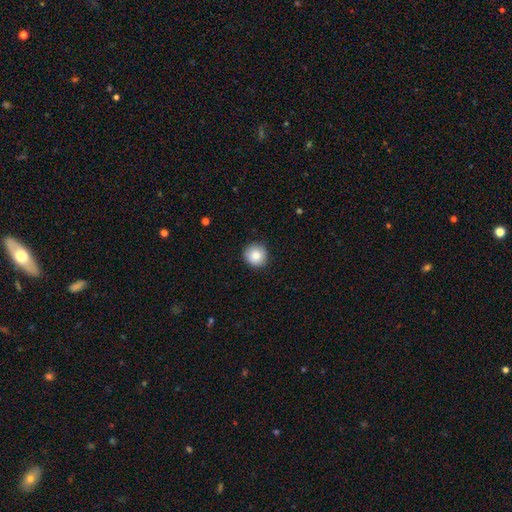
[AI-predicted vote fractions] Smooth or featured? smooth (84%)
How rounded? round (94%)
Merging? none (90%)